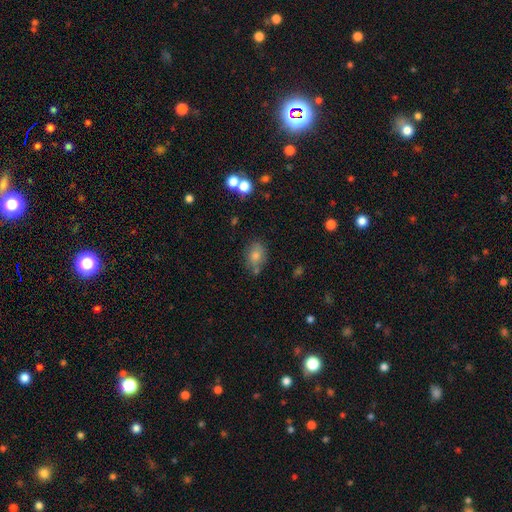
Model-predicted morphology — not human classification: A smooth galaxy with no disk features (78%) that is in between round and cigar-shaped (67%). Merging: none (67%).